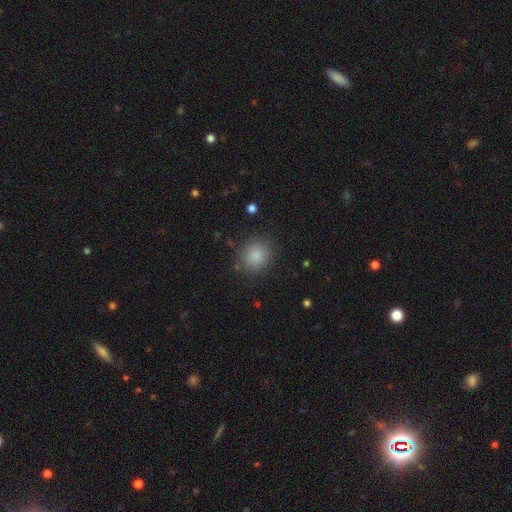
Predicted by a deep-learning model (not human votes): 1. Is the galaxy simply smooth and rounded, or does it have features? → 85% smooth, 10% star or artifact, 5% featured or disk.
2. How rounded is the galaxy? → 79% round, 20% in between, 1% cigar-shaped.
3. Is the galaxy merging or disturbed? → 86% none, 9% minor disturbance, 4% major disturbance, 1% merger.